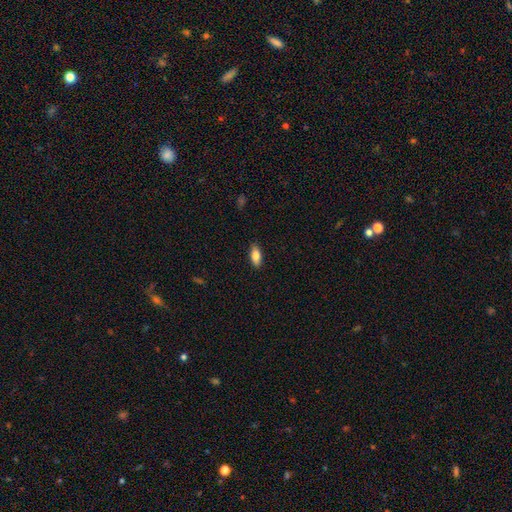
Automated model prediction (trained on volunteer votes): smooth 80%, featured or disk 14%, star or artifact 7%. Down the decision tree: how rounded — in between (83%); merging — none (88%).